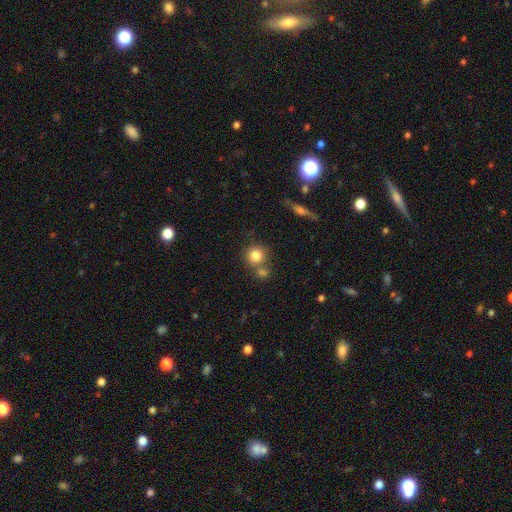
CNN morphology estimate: A smooth galaxy with no disk features (82%) that is round (90%).

Vote fractions:
- Smooth or featured? smooth: 82% / star or artifact: 10% / featured or disk: 8%
- How rounded? round: 90% / in between: 9% / cigar-shaped: 1%
- Merging? none: 60% / merger: 28% / minor disturbance: 9% / major disturbance: 3%